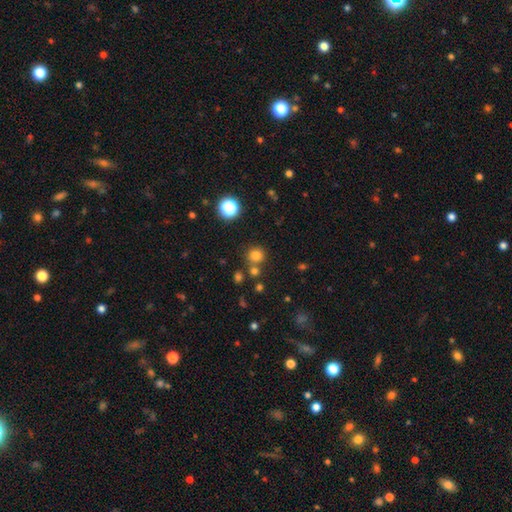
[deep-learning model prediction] The model was most divided on "smooth or featured": smooth: 76%, star or artifact: 19%, featured or disk: 6%. More confident: how rounded — round (91%); merging — none (75%).